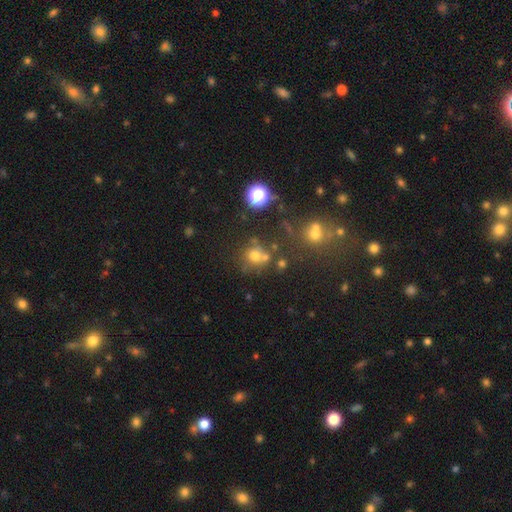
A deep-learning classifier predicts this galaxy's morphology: smooth-or-featured: smooth: 61% | star or artifact: 27% | featured or disk: 12%
  how-rounded: round: 84% | in between: 15% | cigar-shaped: 1%
  merging: none: 60% | merger: 22% | minor disturbance: 12% | major disturbance: 6%